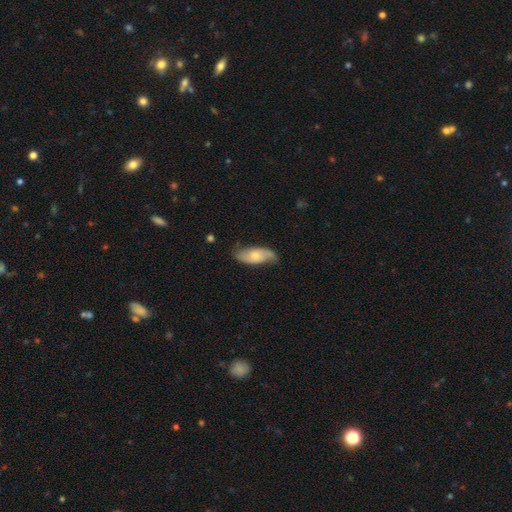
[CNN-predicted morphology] The model was most divided on "smooth or featured": featured or disk: 51%, smooth: 43%, star or artifact: 6%. More confident: edge-on disk — no (88%); merging — none (67%).